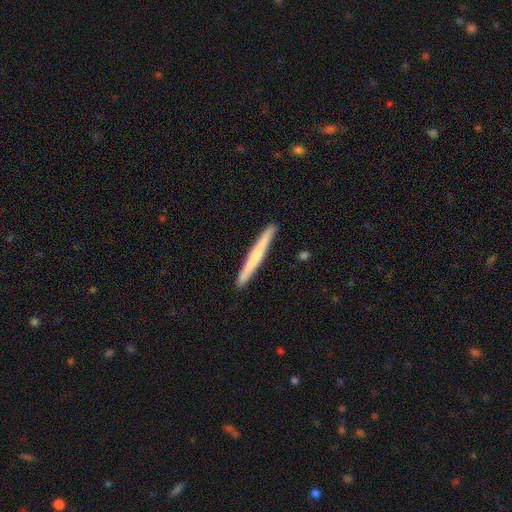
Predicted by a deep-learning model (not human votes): smooth-or-featured: smooth: 56% | featured or disk: 39% | star or artifact: 5%
  how-rounded: cigar-shaped: 97% | in between: 2% | round: 1%
  merging: none: 92% | minor disturbance: 6% | major disturbance: 1% | merger: 1%